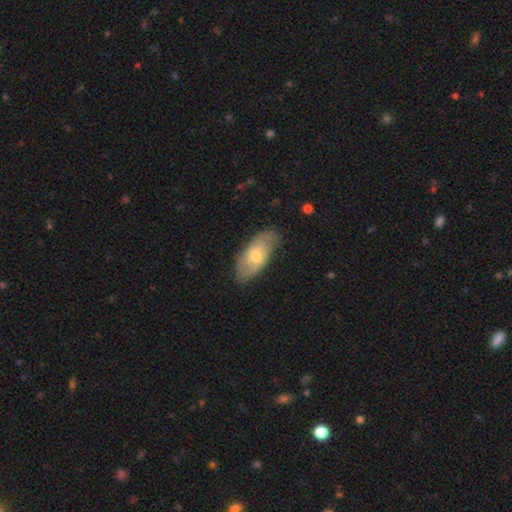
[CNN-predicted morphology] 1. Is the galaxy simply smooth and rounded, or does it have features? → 58% smooth, 36% featured or disk, 6% star or artifact.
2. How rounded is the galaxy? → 89% in between, 8% cigar-shaped, 3% round.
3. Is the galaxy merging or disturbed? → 73% none, 21% minor disturbance, 5% major disturbance, 1% merger.